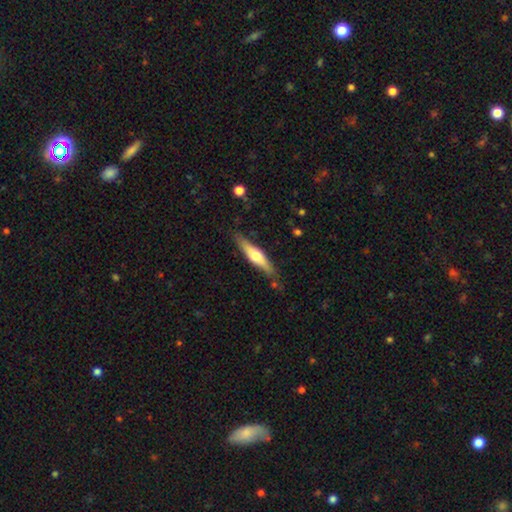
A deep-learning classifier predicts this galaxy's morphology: Smooth or featured: featured or disk — 51% (smooth — 44%)
Edge-on disk: yes — 91% (no — 9%)
Merging: none — 80% (minor disturbance — 14%)